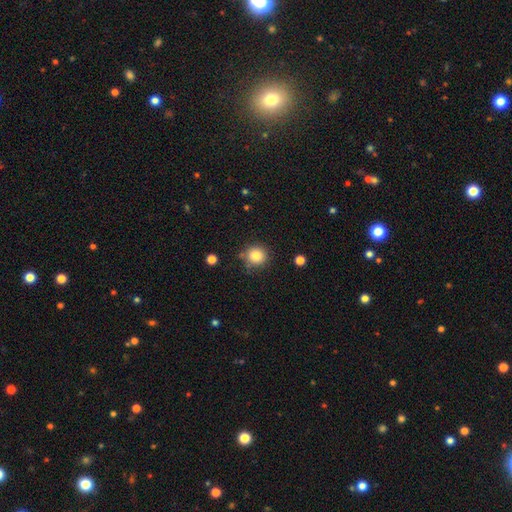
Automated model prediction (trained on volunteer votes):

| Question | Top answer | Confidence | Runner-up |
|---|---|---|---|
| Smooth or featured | smooth | 83% | star or artifact (11%) |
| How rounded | round | 91% | in between (8%) |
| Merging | none | 80% | minor disturbance (12%) |